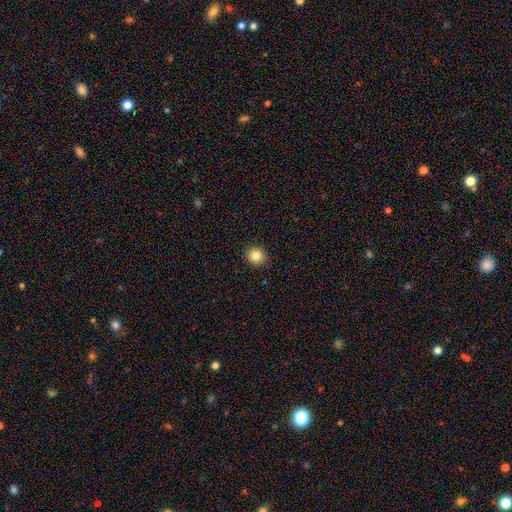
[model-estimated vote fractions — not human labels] This is clearly a smooth galaxy (84%). How rounded: clearly round (91%). Merging: clearly none (92%).